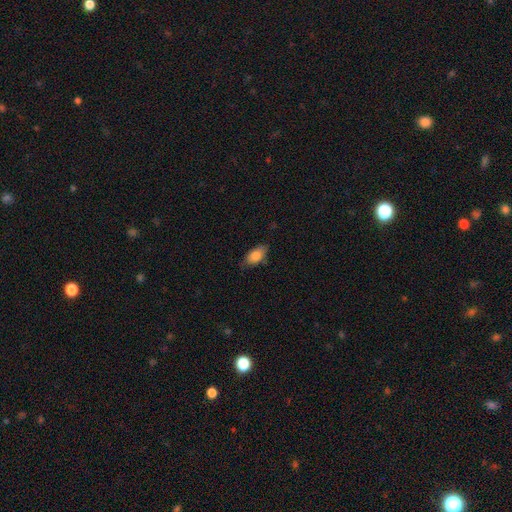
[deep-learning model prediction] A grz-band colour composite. It shows a smooth galaxy with no disk features (82%) that is in between round and cigar-shaped (89%). Merging: none (75%).